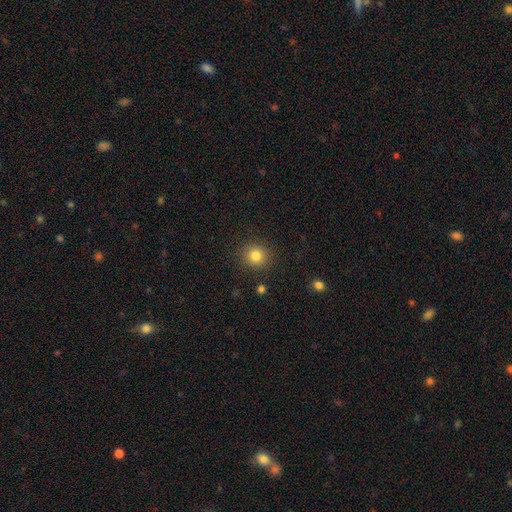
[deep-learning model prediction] Overall: smooth (82%). How rounded: round (88%). Merging: none (89%).